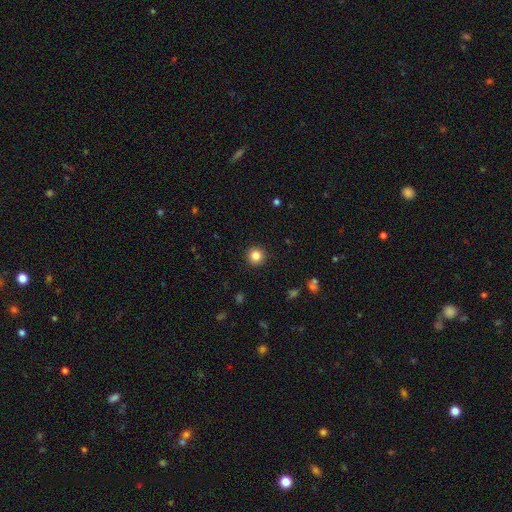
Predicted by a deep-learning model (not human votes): Q: Smooth or featured?
A: smooth (84%); runner-up: star or artifact (11%)
Q: How rounded?
A: round (95%); runner-up: in between (4%)
Q: Merging?
A: none (93%); runner-up: minor disturbance (5%)